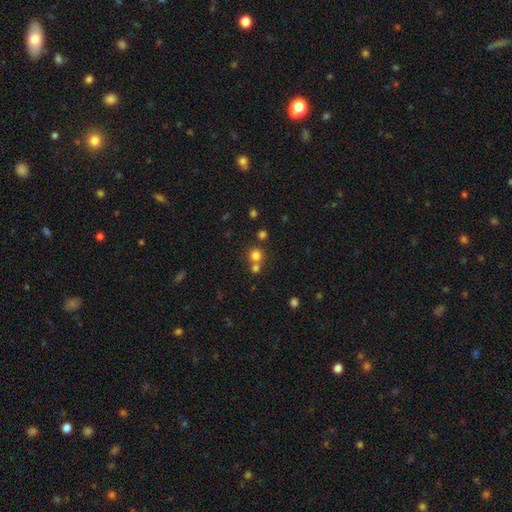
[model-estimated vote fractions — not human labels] Smooth or featured? smooth (76%)
How rounded? round (90%)
Merging? none (53%)